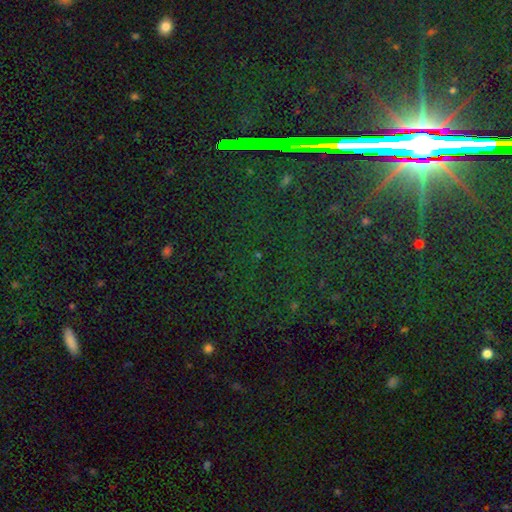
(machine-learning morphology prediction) Overall: star or artifact (82%).